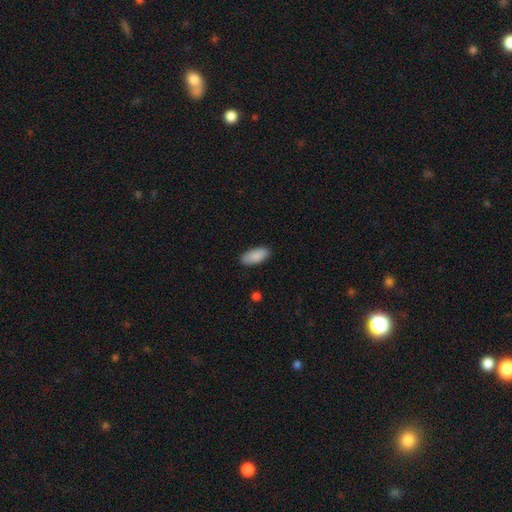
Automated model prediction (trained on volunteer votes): Smooth or featured?
  - smooth: 89% *
  - star or artifact: 6%
  - featured or disk: 5%
How rounded?
  - in between: 90% *
  - cigar-shaped: 9%
  - round: 2%
Merging?
  - none: 88% *
  - minor disturbance: 9%
  - major disturbance: 2%
  - merger: 1%